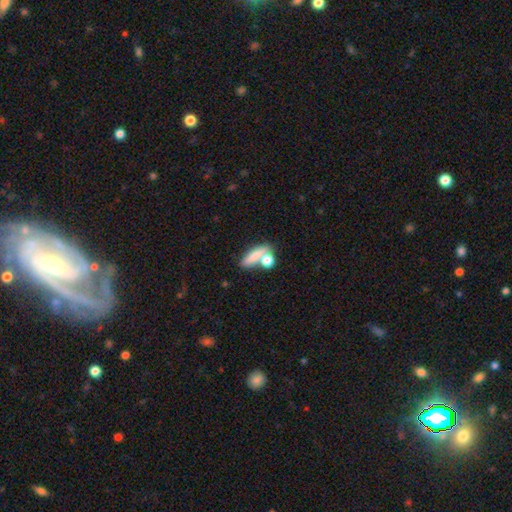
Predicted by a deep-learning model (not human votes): A smooth galaxy with no disk features (75%) that is cigar-shaped (41%).

Vote fractions:
- Smooth or featured? smooth: 75% / featured or disk: 15% / star or artifact: 10%
- How rounded? cigar-shaped: 41% / in between: 40% / round: 18%
- Merging? none: 50% / merger: 32% / minor disturbance: 12% / major disturbance: 7%